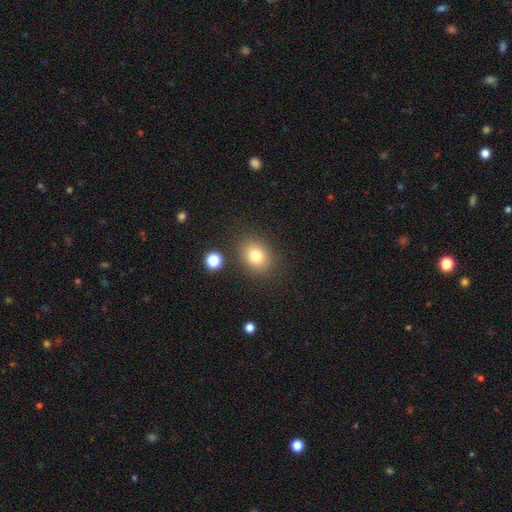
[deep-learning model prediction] Smooth or featured? Predicted: smooth (p=0.79). How rounded? Predicted: round (p=0.56). Merging? Predicted: none (p=0.84).